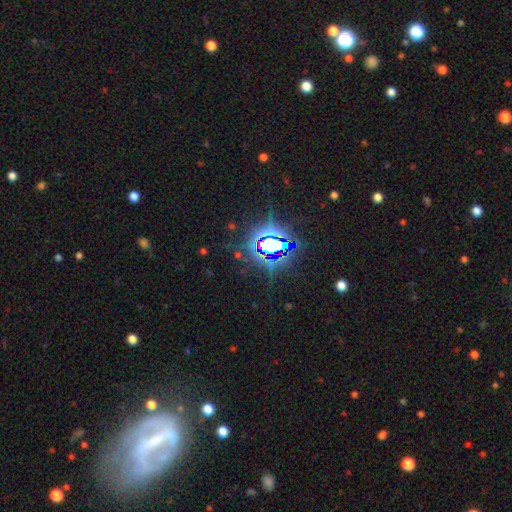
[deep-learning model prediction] Smooth or featured? star or artifact (83%)